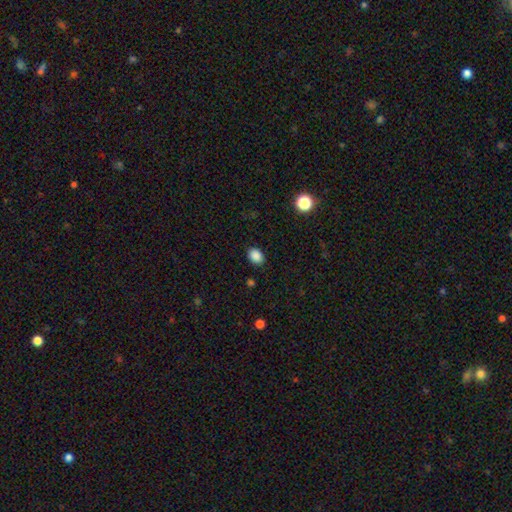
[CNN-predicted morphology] A smooth galaxy with no disk features (88%) that is in between round and cigar-shaped (69%). Merging: none (88%).